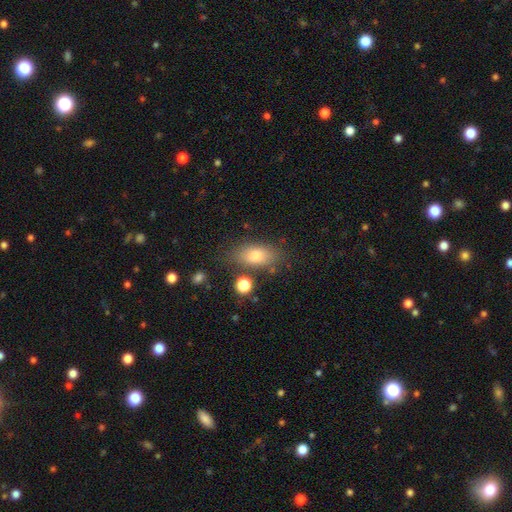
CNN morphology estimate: This is likely a smooth galaxy (78%). How rounded: clearly in between (83%). Merging: likely none (76%).